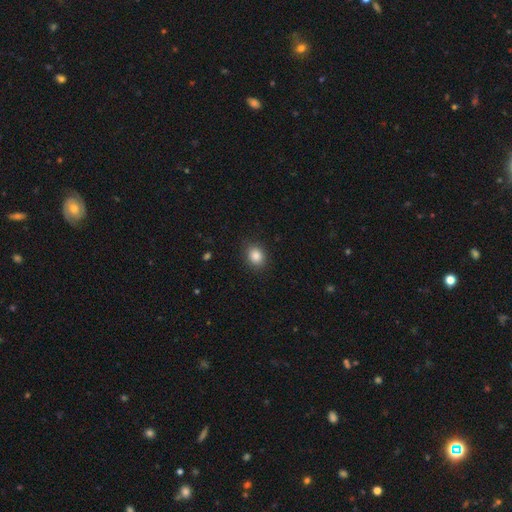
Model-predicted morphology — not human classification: smooth 86%, star or artifact 9%, featured or disk 5%. Down the decision tree: how rounded — round (52%); merging — none (86%).